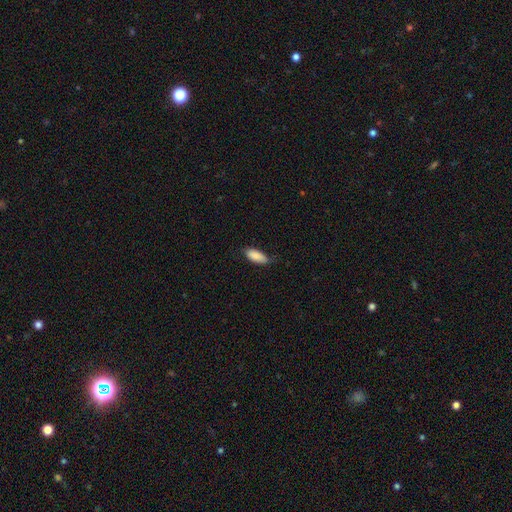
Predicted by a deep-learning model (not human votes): Morphology: type=smooth (87%); roundness=in between (82%); merging=none (73%).